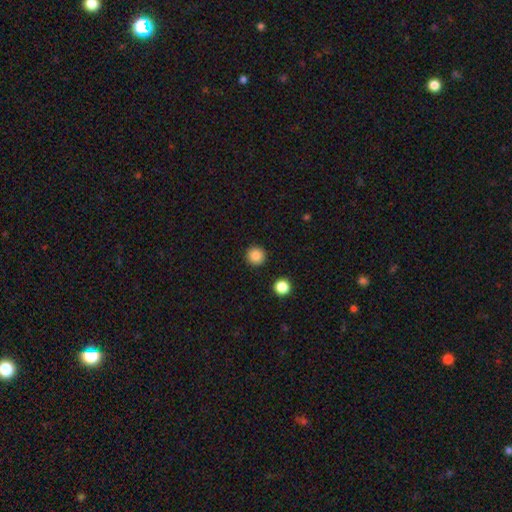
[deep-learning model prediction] Smooth or featured: smooth — 86% (star or artifact — 10%)
How rounded: round — 96% (in between — 3%)
Merging: none — 93% (minor disturbance — 4%)